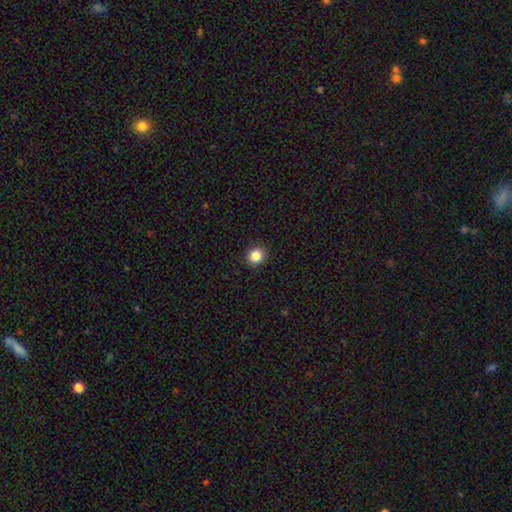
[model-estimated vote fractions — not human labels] The model was most divided on "how rounded": round: 86%, in between: 13%, cigar-shaped: 1%. More confident: merging — none (92%); smooth or featured — smooth (85%).